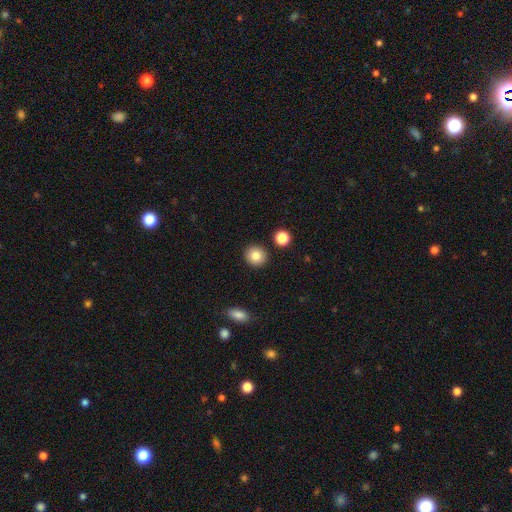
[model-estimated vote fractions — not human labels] A smooth galaxy with no disk features (83%) that is round (89%). Merging: none (90%).